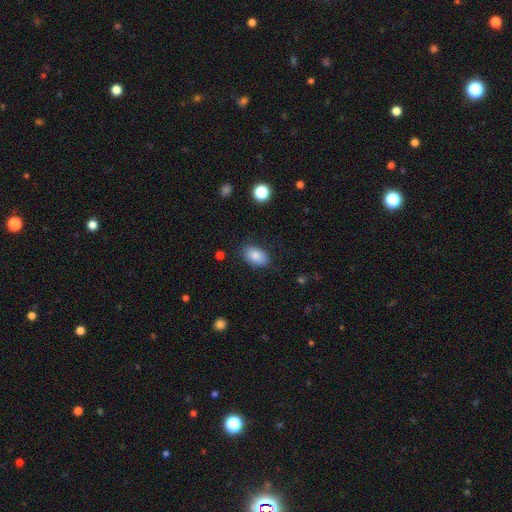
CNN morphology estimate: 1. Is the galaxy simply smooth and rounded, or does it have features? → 84% smooth, 8% star or artifact, 8% featured or disk.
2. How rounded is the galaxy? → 90% in between, 9% round, 1% cigar-shaped.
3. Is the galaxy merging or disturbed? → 81% none, 14% minor disturbance, 4% major disturbance, 1% merger.